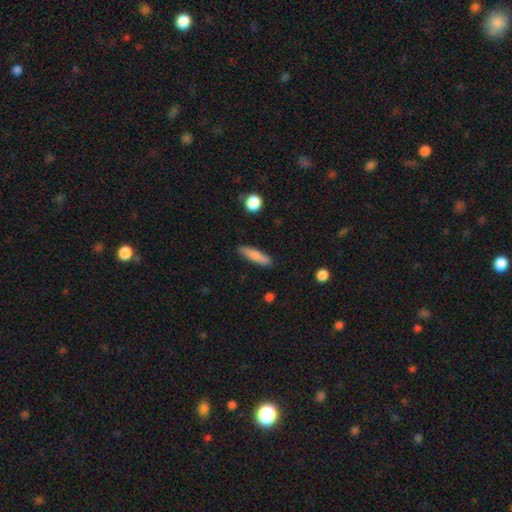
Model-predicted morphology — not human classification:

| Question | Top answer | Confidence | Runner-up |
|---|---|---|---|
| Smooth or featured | smooth | 80% | featured or disk (14%) |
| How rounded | cigar-shaped | 75% | in between (23%) |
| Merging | none | 86% | minor disturbance (10%) |